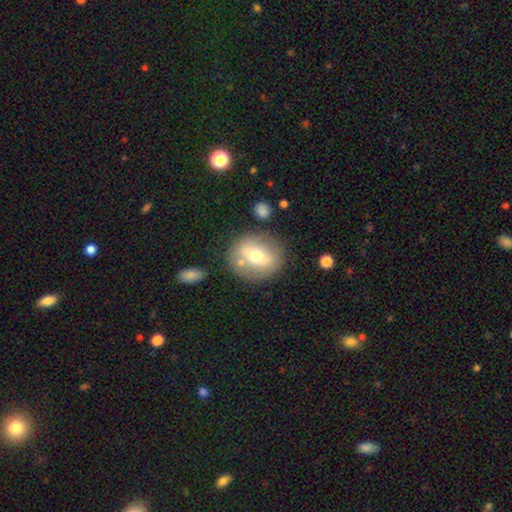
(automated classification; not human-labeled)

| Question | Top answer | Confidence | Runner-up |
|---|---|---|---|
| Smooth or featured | smooth | 54% | featured or disk (37%) |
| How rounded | round | 77% | in between (22%) |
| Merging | none | 74% | minor disturbance (13%) |